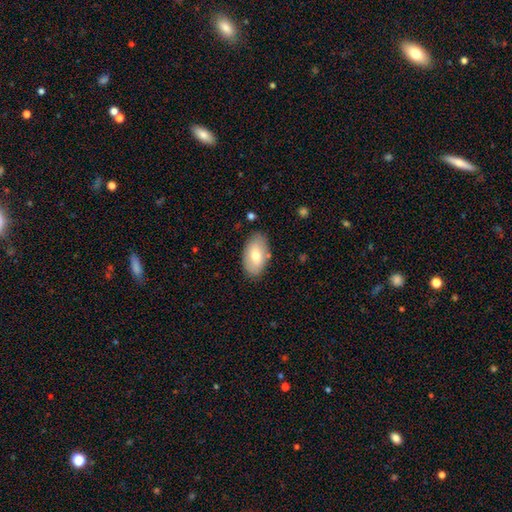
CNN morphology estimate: Smooth or featured? Predicted: smooth (p=0.68). How rounded? Predicted: in between (p=0.94). Merging? Predicted: none (p=0.81).